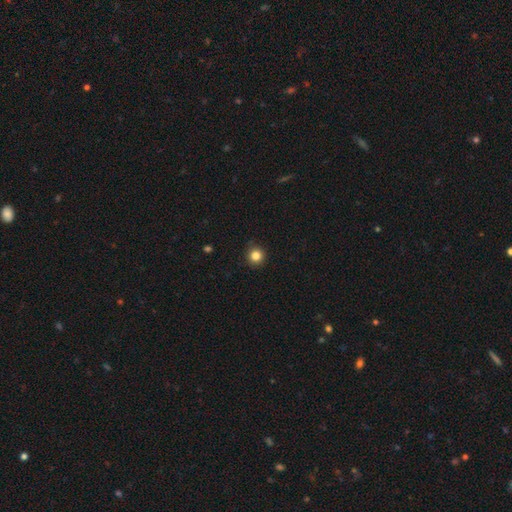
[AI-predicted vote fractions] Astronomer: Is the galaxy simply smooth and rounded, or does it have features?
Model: smooth — 83%.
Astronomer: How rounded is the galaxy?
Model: round — 95%.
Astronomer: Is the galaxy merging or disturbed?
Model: none — 90%.